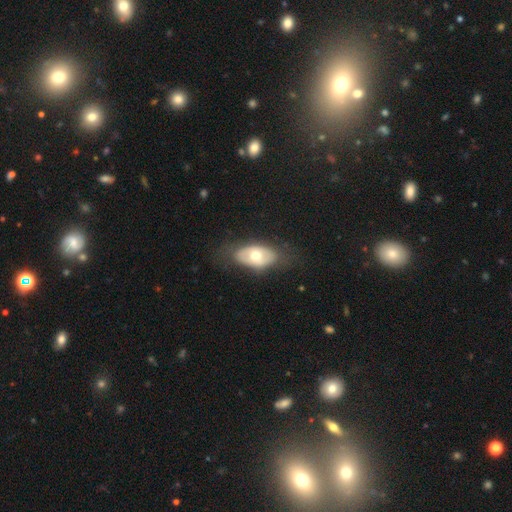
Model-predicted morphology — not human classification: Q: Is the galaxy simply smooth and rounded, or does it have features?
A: smooth — 52%.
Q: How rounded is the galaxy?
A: in between — 90%.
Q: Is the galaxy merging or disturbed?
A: none — 74%.